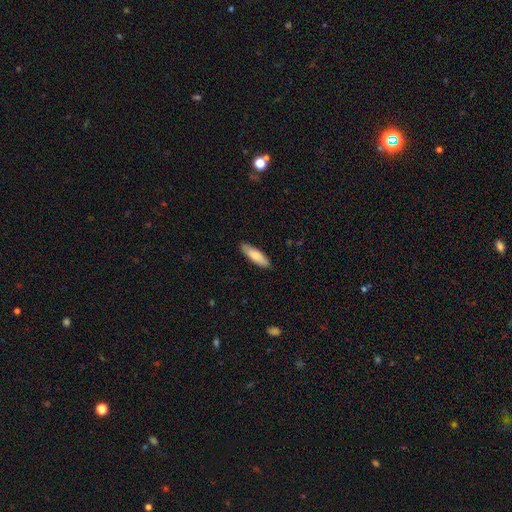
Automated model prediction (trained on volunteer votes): Smooth or featured?
  - smooth: 79% *
  - featured or disk: 16%
  - star or artifact: 5%
How rounded?
  - cigar-shaped: 56% *
  - in between: 43%
  - round: 1%
Merging?
  - none: 87% *
  - minor disturbance: 10%
  - major disturbance: 2%
  - merger: 1%